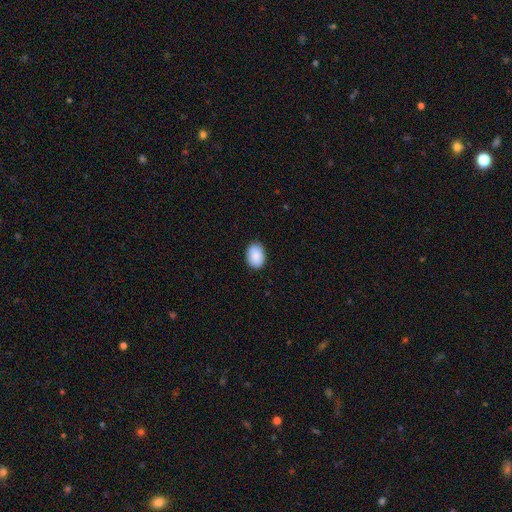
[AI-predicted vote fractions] Smooth or featured? smooth (89%)
How rounded? in between (77%)
Merging? none (86%)